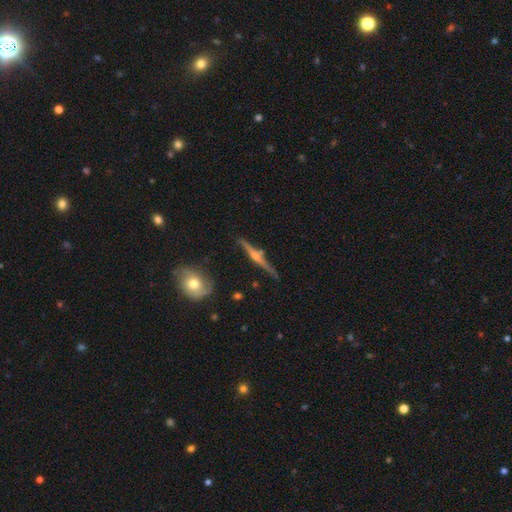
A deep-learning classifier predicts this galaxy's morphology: This is likely a featured or disk galaxy (72%). It is clearly viewed edge-on (96%). Edge-on bulge: likely rounded (77%). Merging: likely none (79%).